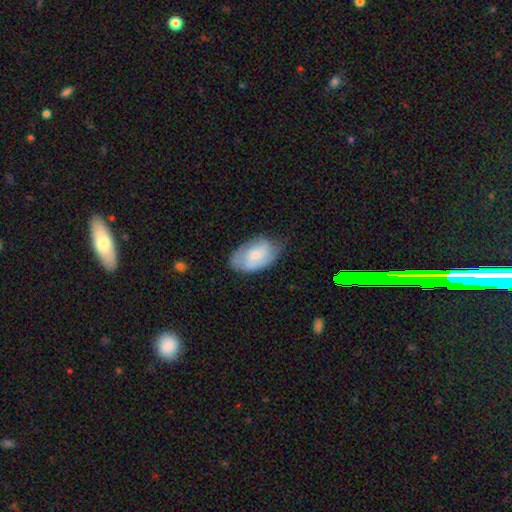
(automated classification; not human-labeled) Smooth or featured? Predicted: smooth (p=0.54). How rounded? Predicted: in between (p=0.92). Merging? Predicted: none (p=0.56).